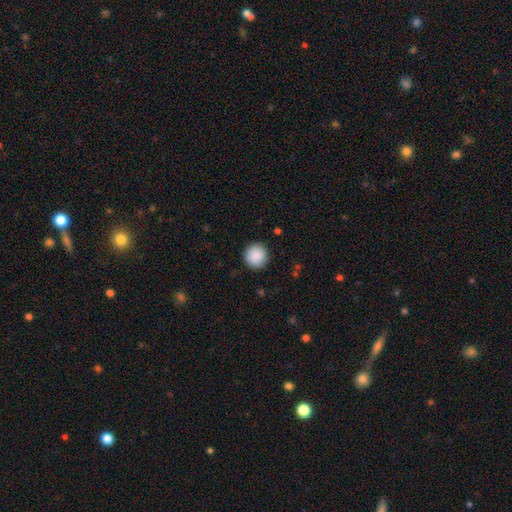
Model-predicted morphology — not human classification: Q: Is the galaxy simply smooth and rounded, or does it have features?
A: smooth — 90%.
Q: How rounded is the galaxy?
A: round — 96%.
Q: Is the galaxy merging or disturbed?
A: none — 91%.